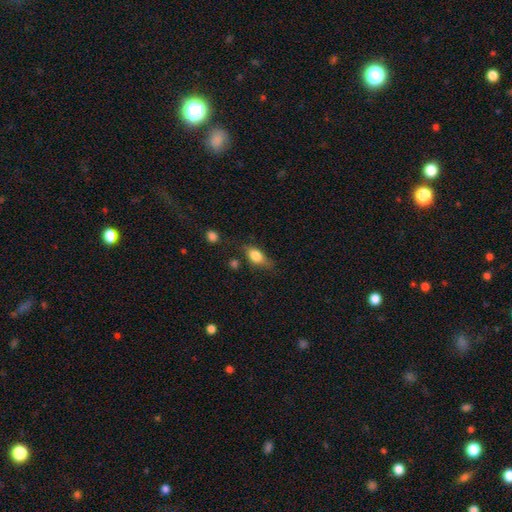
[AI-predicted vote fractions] smooth 75%, featured or disk 17%, star or artifact 8%. Down the decision tree: how rounded — in between (79%); merging — none (62%).